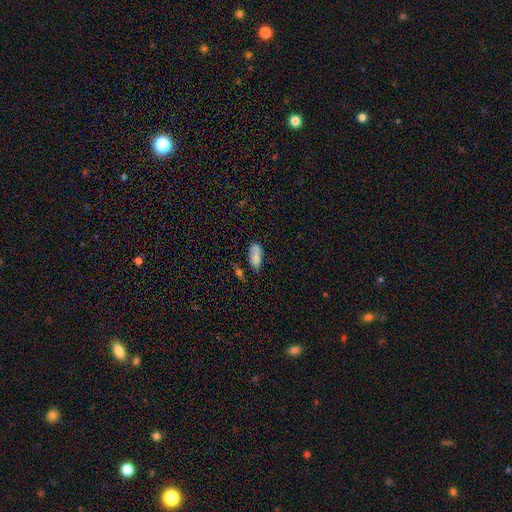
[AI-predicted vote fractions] Q: Smooth or featured?
A: smooth (81%); runner-up: star or artifact (9%)
Q: How rounded?
A: in between (90%); runner-up: cigar-shaped (7%)
Q: Merging?
A: none (51%); runner-up: minor disturbance (30%)